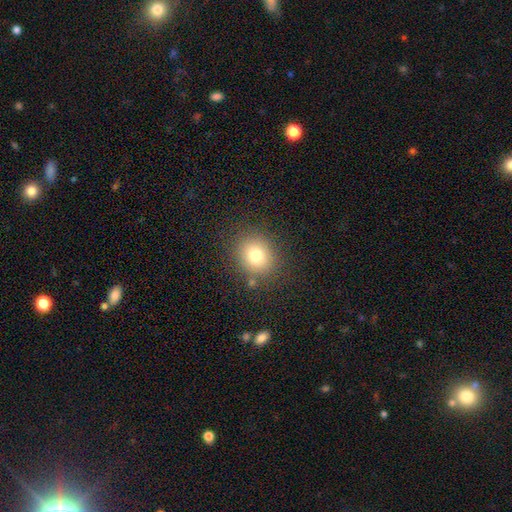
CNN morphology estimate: Smooth or featured? Predicted: smooth (p=0.77). How rounded? Predicted: round (p=0.72). Merging? Predicted: none (p=0.84).